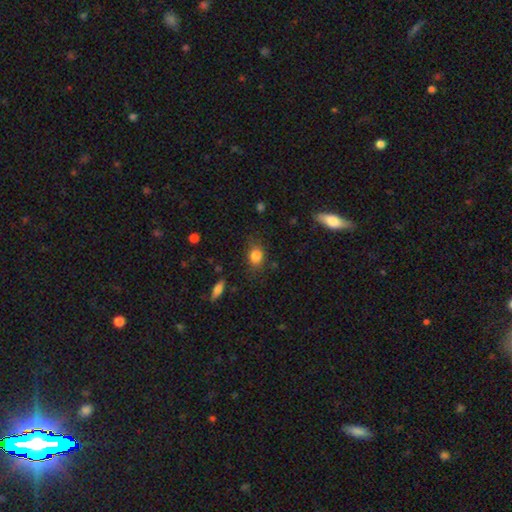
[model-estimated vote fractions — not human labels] Smooth or featured?
  - smooth: 84% *
  - star or artifact: 10%
  - featured or disk: 6%
How rounded?
  - in between: 59% *
  - round: 39%
  - cigar-shaped: 2%
Merging?
  - none: 75% *
  - minor disturbance: 18%
  - major disturbance: 5%
  - merger: 2%